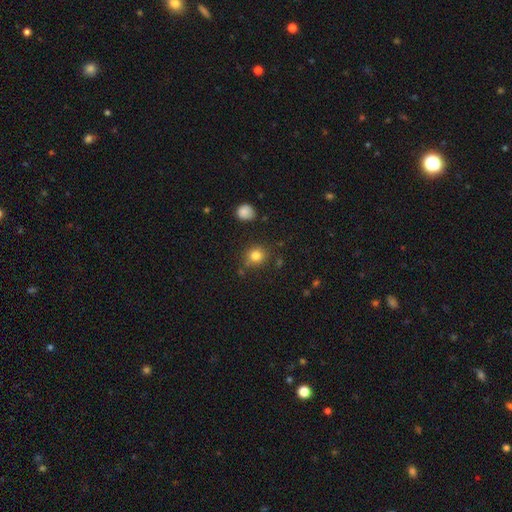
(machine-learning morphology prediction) smooth_or_featured: smooth (p=0.82) [alt: star or artifact p=0.12]
how_rounded: round (p=0.79) [alt: in between p=0.20]
merging: none (p=0.78) [alt: minor disturbance p=0.14]